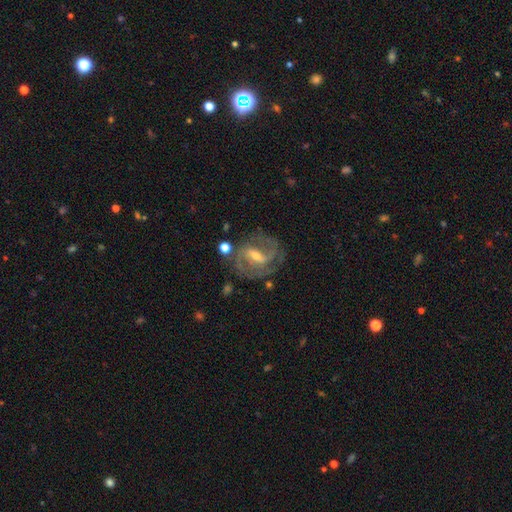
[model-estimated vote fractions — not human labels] smooth-or-featured: featured or disk: 84% | smooth: 8% | star or artifact: 8%
  disk-edge-on: no: 96% | yes: 4%
    bar: weak: 46% | strong: 38% | no: 16%
    has-spiral-arms: yes: 93% | no: 7%
      spiral-winding: medium: 48% | tight: 35% | loose: 16%
      spiral-arm-count: 2: 63% | can't tell: 15% | 3: 13% | 1: 4% | 4: 3% | more than 4: 2%
    bulge-size: small: 49% | moderate: 45% | none: 2% | large: 2% | dominant: 1%
  merging: none: 72% | minor disturbance: 16% | major disturbance: 9% | merger: 4%